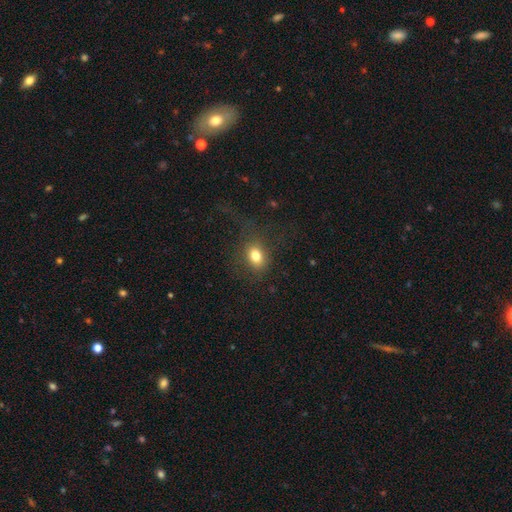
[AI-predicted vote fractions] A smooth galaxy with no disk features (78%) that is in between round and cigar-shaped (62%).

Vote fractions:
- Smooth or featured? smooth: 78% / star or artifact: 12% / featured or disk: 10%
- How rounded? in between: 62% / round: 37% / cigar-shaped: 2%
- Merging? none: 66% / major disturbance: 18% / minor disturbance: 15% / merger: 2%